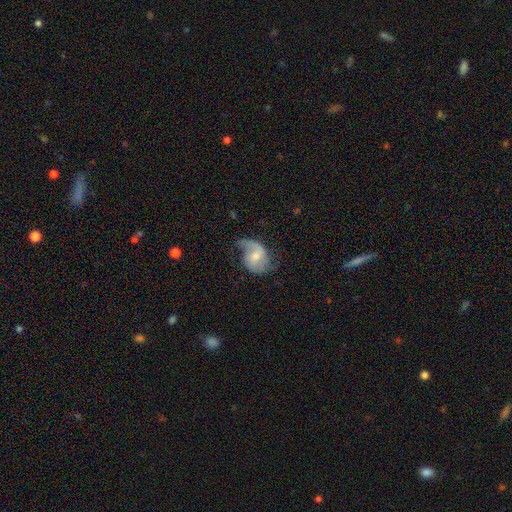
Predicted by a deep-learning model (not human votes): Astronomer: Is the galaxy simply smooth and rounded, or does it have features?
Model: featured or disk — 70%.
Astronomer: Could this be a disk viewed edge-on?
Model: no — 97%.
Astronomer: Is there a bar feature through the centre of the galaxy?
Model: weak — 45% (runner-up: no, 44%).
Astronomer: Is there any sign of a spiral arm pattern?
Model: yes — 90%.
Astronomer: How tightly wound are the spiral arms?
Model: loose — 54% (runner-up: medium, 35%).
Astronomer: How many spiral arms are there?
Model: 2 — 66%.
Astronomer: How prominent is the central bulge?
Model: moderate — 51% (runner-up: small, 39%).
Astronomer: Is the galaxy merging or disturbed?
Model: none — 45% (runner-up: minor disturbance, 30%).